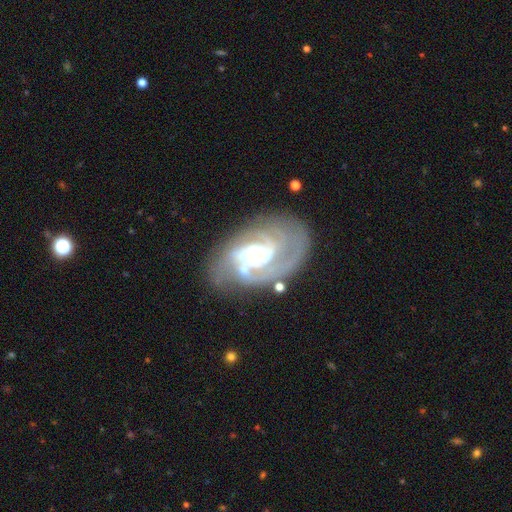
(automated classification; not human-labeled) Smooth or featured?
  - featured or disk: 87% *
  - smooth: 7%
  - star or artifact: 6%
Edge-on disk?
  - no: 97% *
  - yes: 3%
Bar?
  - no: 61% *
  - weak: 30%
  - strong: 9%
Spiral arms?
  - yes: 96% *
  - no: 4%
Spiral winding?
  - tight: 63% *
  - medium: 30%
  - loose: 6%
Spiral arm count?
  - 2: 29% *
  - 3: 27%
  - can't tell: 23%
  - 4: 9%
  - 1: 6%
  - more than 4: 5%
Bulge size?
  - small: 69% *
  - moderate: 21%
  - none: 6%
  - large: 3%
  - dominant: 1%
Merging?
  - none: 63% *
  - minor disturbance: 20%
  - major disturbance: 13%
  - merger: 4%